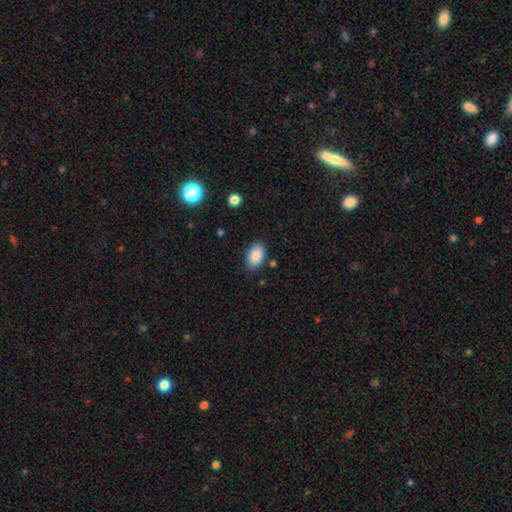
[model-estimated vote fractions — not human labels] Overall: smooth (88%). How rounded: in between (91%). Merging: none (85%).